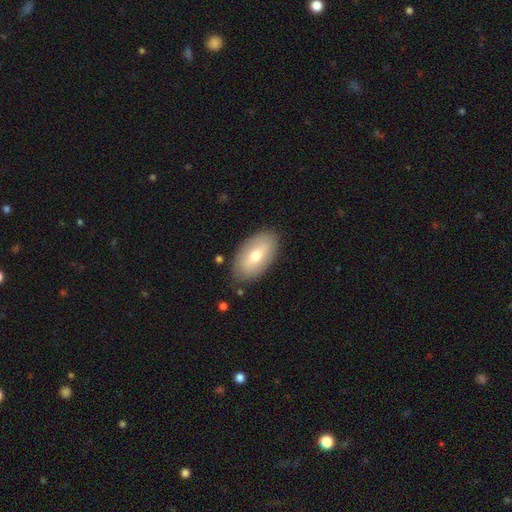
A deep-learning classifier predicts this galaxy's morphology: Q: Smooth or featured?
A: smooth (62%); runner-up: featured or disk (31%)
Q: How rounded?
A: in between (93%); runner-up: round (4%)
Q: Merging?
A: none (84%); runner-up: minor disturbance (12%)